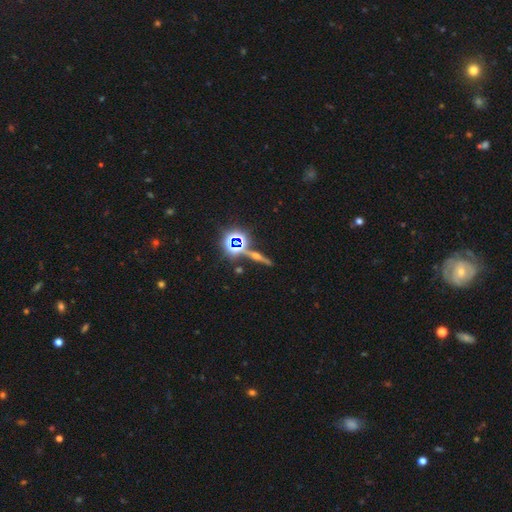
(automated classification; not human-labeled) smooth_or_featured: featured or disk (p=0.51) [alt: star or artifact p=0.32]
disk_edge_on: yes (p=0.90) [alt: no p=0.10]
merging: none (p=0.80) [alt: minor disturbance p=0.08]